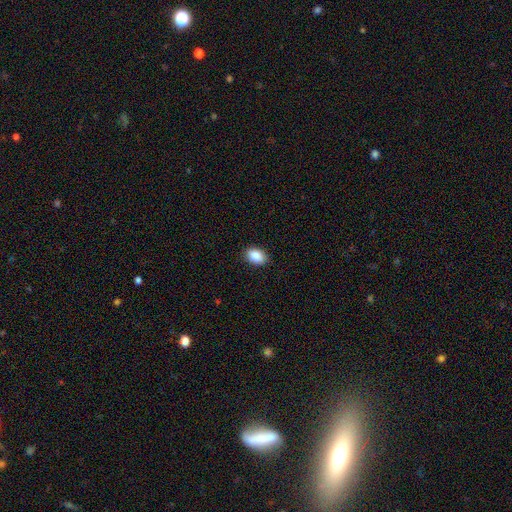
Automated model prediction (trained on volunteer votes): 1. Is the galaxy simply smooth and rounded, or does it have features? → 89% smooth, 7% star or artifact, 4% featured or disk.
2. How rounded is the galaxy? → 85% in between, 14% round, 1% cigar-shaped.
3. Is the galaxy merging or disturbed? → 89% none, 9% minor disturbance, 2% major disturbance, 1% merger.